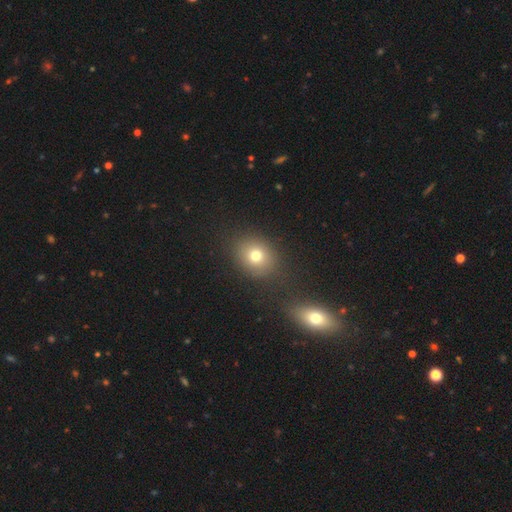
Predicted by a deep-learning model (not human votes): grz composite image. It shows a smooth galaxy with no disk features (73%) that is round (64%). Merging: none (79%).